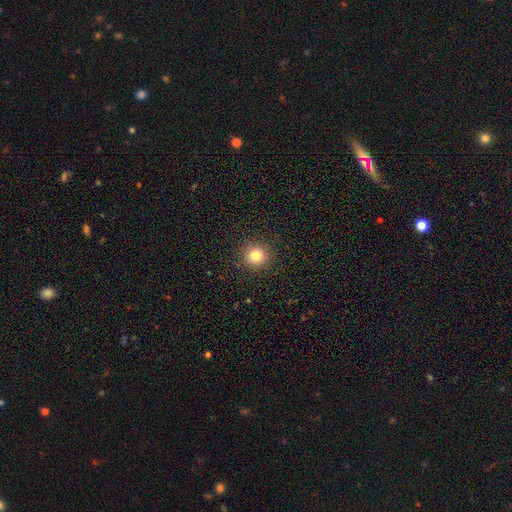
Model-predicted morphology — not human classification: Smooth or featured: smooth — 81% (star or artifact — 13%)
How rounded: round — 94% (in between — 5%)
Merging: none — 92% (minor disturbance — 5%)